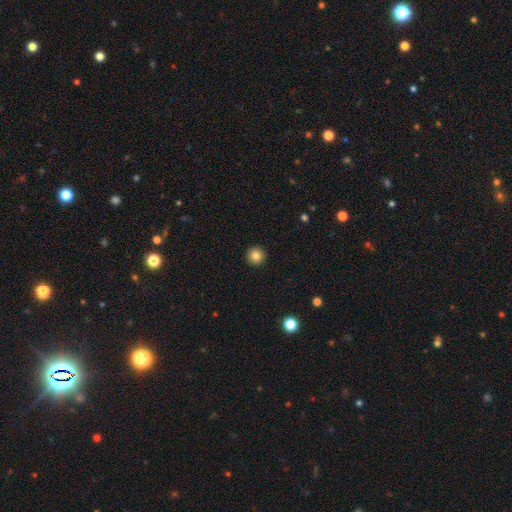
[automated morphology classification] A smooth galaxy with no disk features (84%) that is round (96%).

Vote fractions:
- Smooth or featured? smooth: 84% / star or artifact: 10% / featured or disk: 6%
- How rounded? round: 96% / in between: 3% / cigar-shaped: 1%
- Merging? none: 93% / minor disturbance: 4% / major disturbance: 1% / merger: 1%